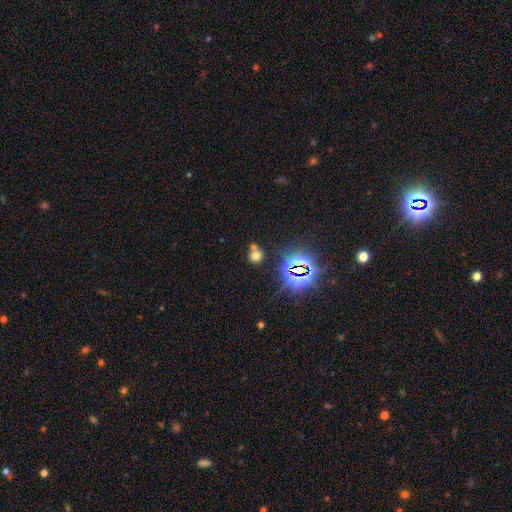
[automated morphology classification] Smooth or featured? smooth (60%)
How rounded? round (79%)
Merging? none (57%)